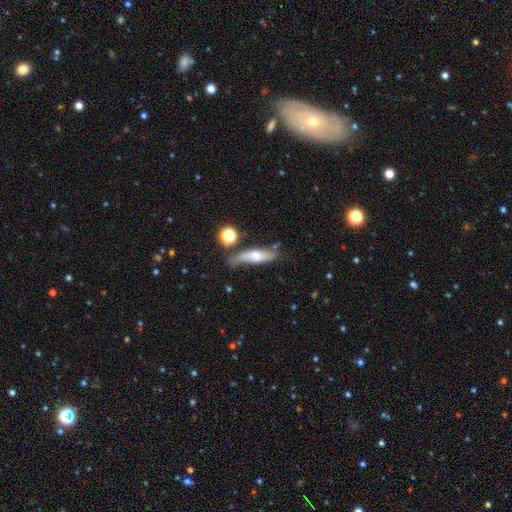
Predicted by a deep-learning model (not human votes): A smooth galaxy with no disk features (54%) that is cigar-shaped (64%). Merging: none (51%).